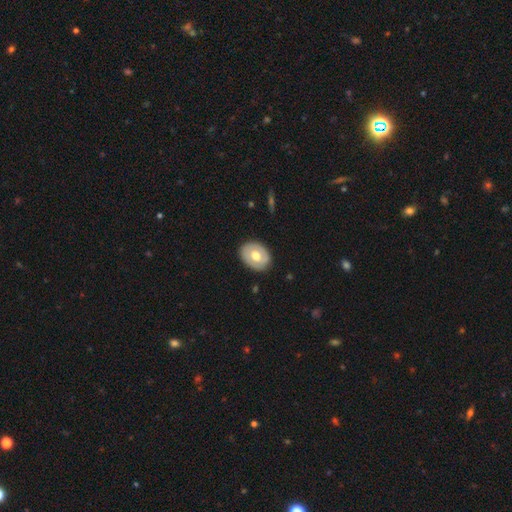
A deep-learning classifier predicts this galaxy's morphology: The model was most divided on "smooth or featured": smooth: 54%, featured or disk: 41%, star or artifact: 5%. More confident: merging — none (86%); how rounded — in between (62%).